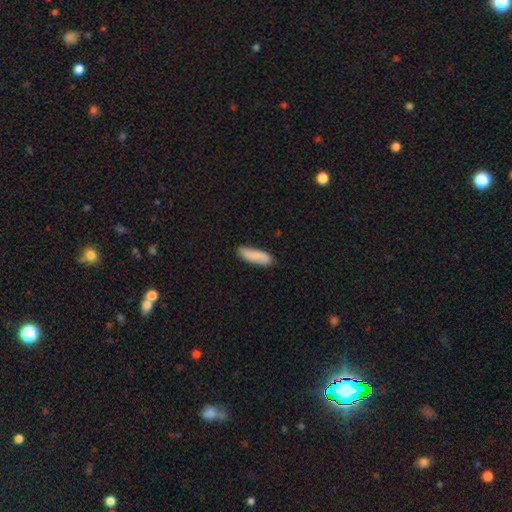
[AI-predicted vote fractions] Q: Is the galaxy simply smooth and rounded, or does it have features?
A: smooth — 84%.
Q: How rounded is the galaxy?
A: in between — 49%, tied with cigar-shaped.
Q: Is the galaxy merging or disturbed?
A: none — 82%.